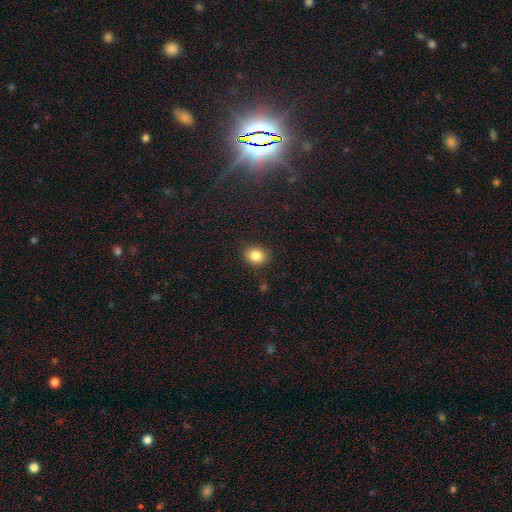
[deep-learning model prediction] This is clearly a smooth galaxy (85%). How rounded: likely round (62%). Merging: clearly none (86%).